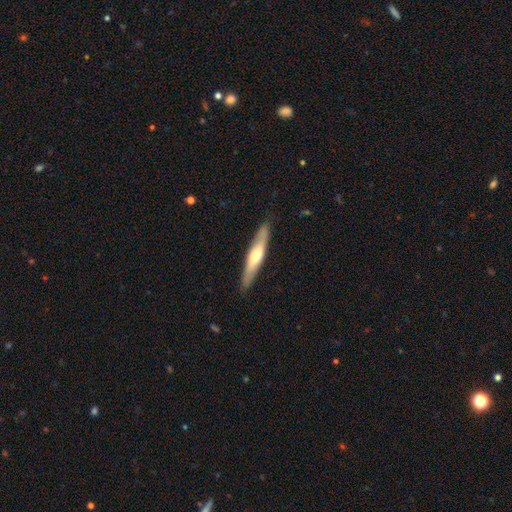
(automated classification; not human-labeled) Overall: featured or disk (50%; smooth 45%). Merging: none (88%).